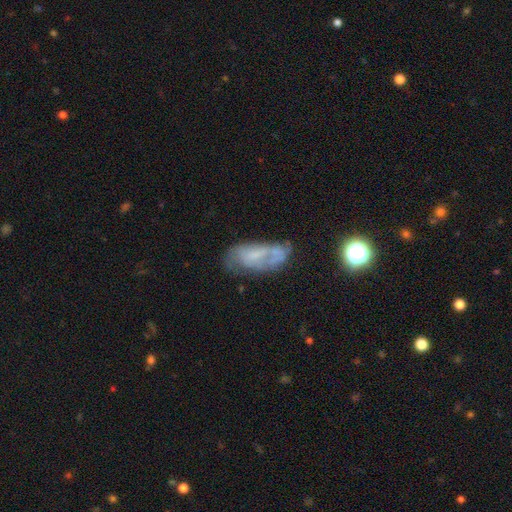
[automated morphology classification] smooth-or-featured: featured or disk: 52% | smooth: 37% | star or artifact: 11%
  disk-edge-on: no: 91% | yes: 9%
  merging: none: 44% | minor disturbance: 28% | major disturbance: 20% | merger: 8%